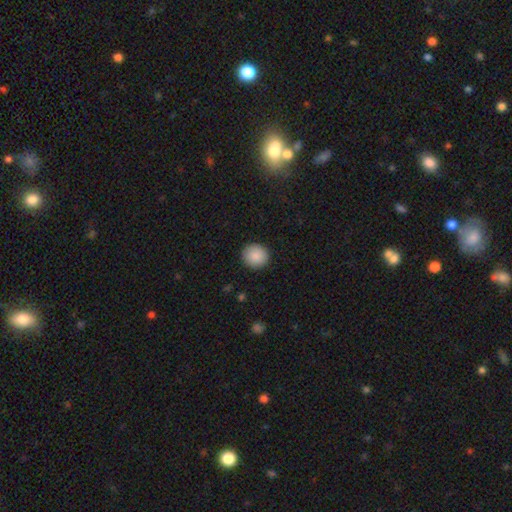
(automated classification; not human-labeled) smooth-or-featured: smooth: 89% | star or artifact: 8% | featured or disk: 3%
  how-rounded: round: 89% | in between: 10% | cigar-shaped: 1%
  merging: none: 91% | minor disturbance: 6% | major disturbance: 2% | merger: 1%